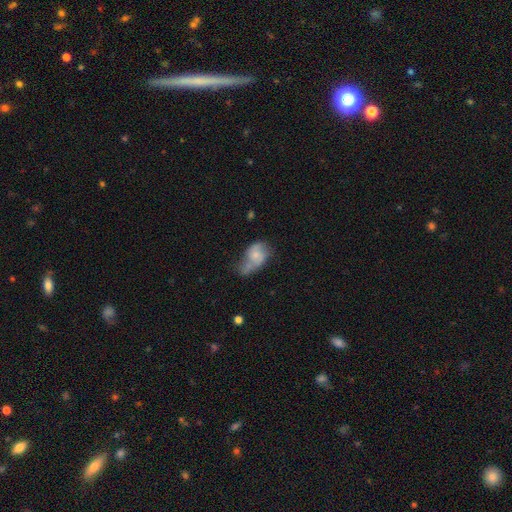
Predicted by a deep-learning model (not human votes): smooth-or-featured: featured or disk: 53% | smooth: 39% | star or artifact: 8%
  disk-edge-on: no: 96% | yes: 4%
    bar: no: 70% | weak: 26% | strong: 4%
    has-spiral-arms: yes: 75% | no: 25%
    bulge-size: small: 48% | moderate: 31% | none: 16% | large: 4% | dominant: 1%
  merging: minor disturbance: 32% | major disturbance: 28% | none: 28% | merger: 12%